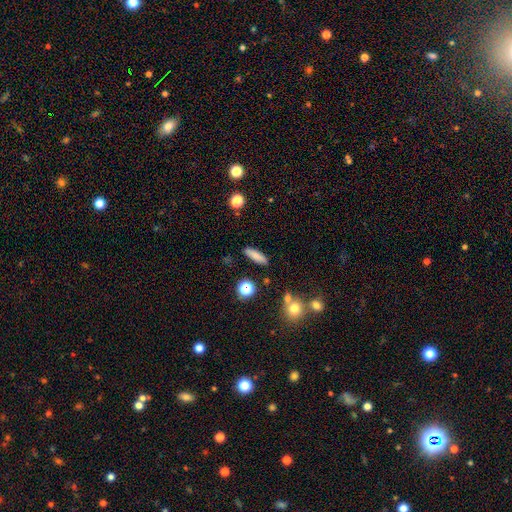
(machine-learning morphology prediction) Smooth or featured?
  - smooth: 81% *
  - featured or disk: 10%
  - star or artifact: 10%
How rounded?
  - cigar-shaped: 67% *
  - in between: 30%
  - round: 4%
Merging?
  - none: 86% *
  - minor disturbance: 9%
  - merger: 3%
  - major disturbance: 2%